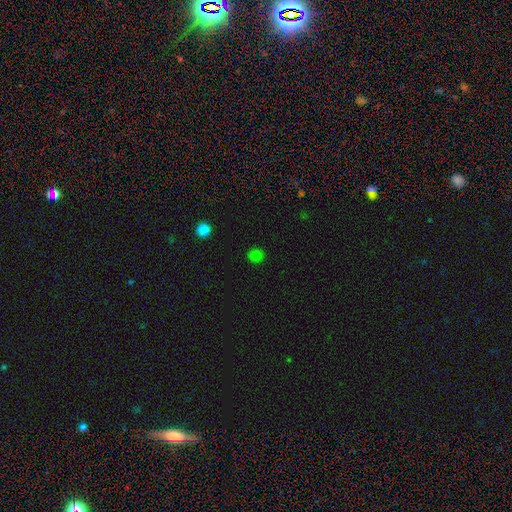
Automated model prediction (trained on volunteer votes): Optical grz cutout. It shows a smooth galaxy with no disk features (75%) that is round (84%). Merging: none (88%).